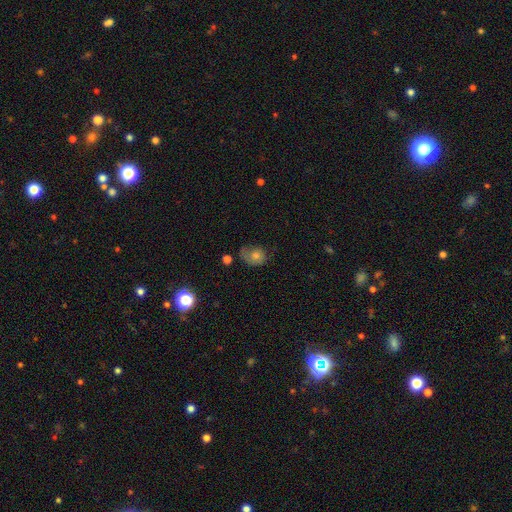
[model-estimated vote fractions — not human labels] A smooth galaxy with no disk features (53%) that is in between round and cigar-shaped (52%).

Vote fractions:
- Smooth or featured? smooth: 53% / featured or disk: 34% / star or artifact: 13%
- How rounded? in between: 52% / round: 47% / cigar-shaped: 1%
- Merging? none: 41% / minor disturbance: 29% / major disturbance: 26% / merger: 4%